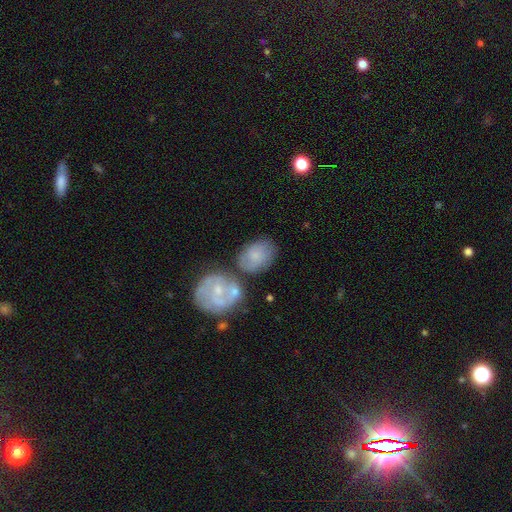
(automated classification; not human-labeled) Morphology: type=smooth (63%); roundness=in between (70%); merging=none (50%).